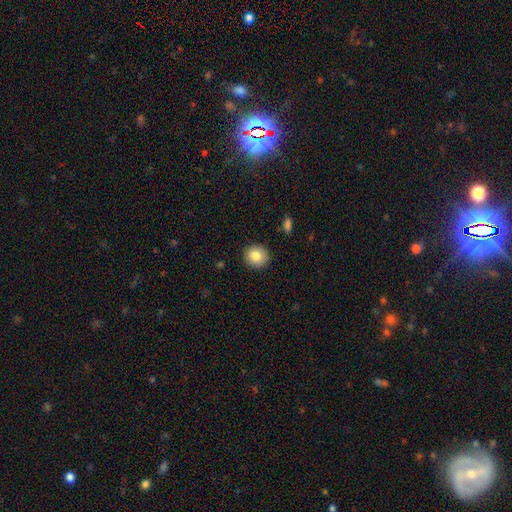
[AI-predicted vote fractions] smooth_or_featured: smooth (p=0.83) [alt: star or artifact p=0.09]
how_rounded: round (p=0.87) [alt: in between p=0.12]
merging: none (p=0.91) [alt: minor disturbance p=0.06]